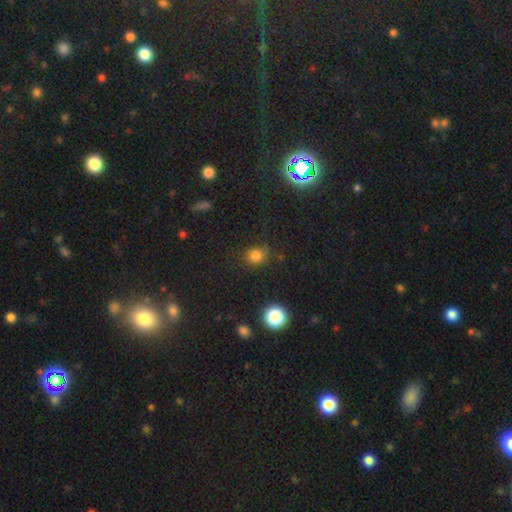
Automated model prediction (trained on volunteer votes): Overall: smooth (78%). How rounded: round (76%). Merging: none (79%).